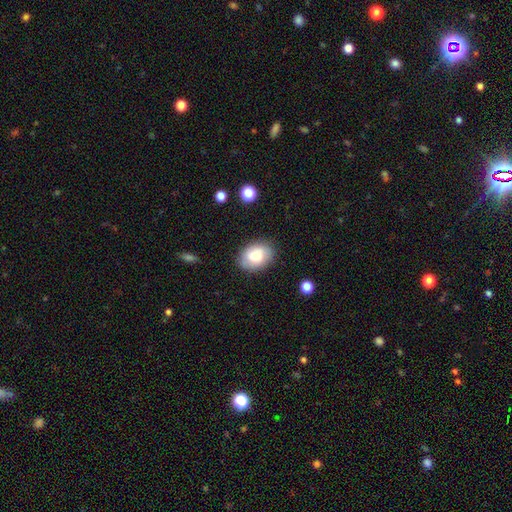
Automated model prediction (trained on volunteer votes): Overall: smooth (77%). How rounded: in between (76%). Merging: none (81%).